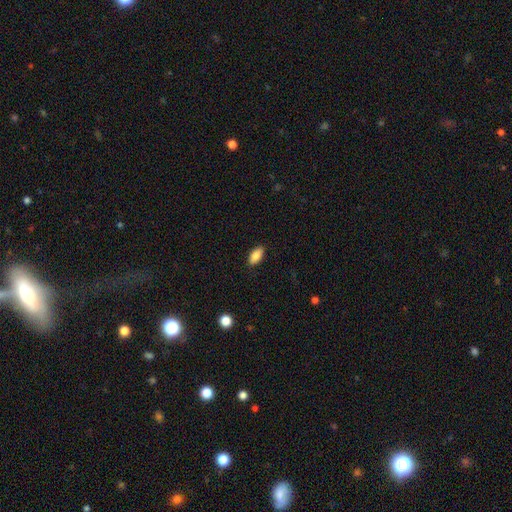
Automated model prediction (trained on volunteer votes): smooth_or_featured: smooth (p=0.86) [alt: featured or disk p=0.07]
how_rounded: in between (p=0.91) [alt: cigar-shaped p=0.06]
merging: none (p=0.89) [alt: minor disturbance p=0.08]